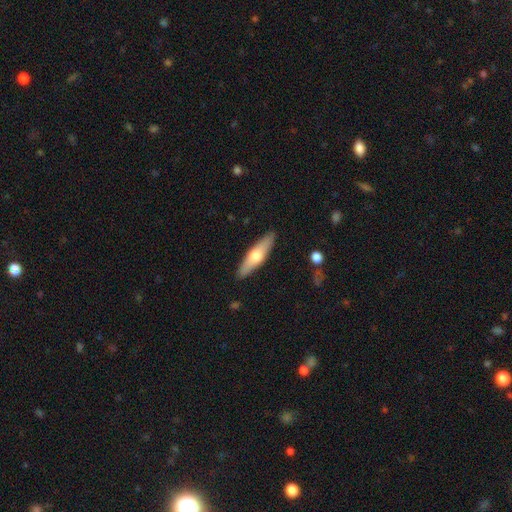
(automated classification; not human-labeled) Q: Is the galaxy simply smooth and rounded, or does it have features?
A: smooth — 52%.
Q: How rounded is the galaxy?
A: cigar-shaped — 69%.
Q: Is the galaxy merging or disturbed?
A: none — 89%.